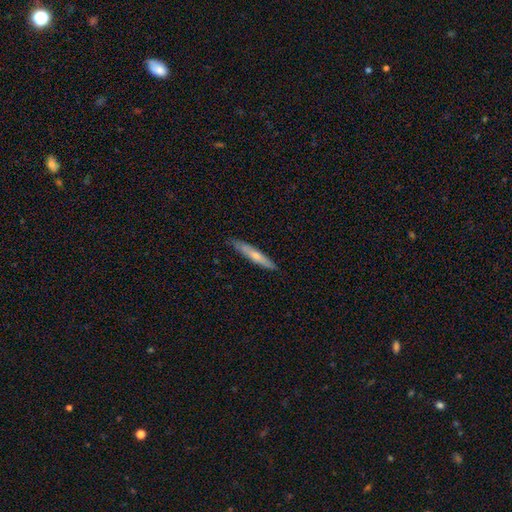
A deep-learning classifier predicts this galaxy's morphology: smooth_or_featured: smooth (p=0.58) [alt: featured or disk p=0.37]
how_rounded: cigar-shaped (p=0.91) [alt: in between p=0.07]
merging: none (p=0.84) [alt: minor disturbance p=0.13]